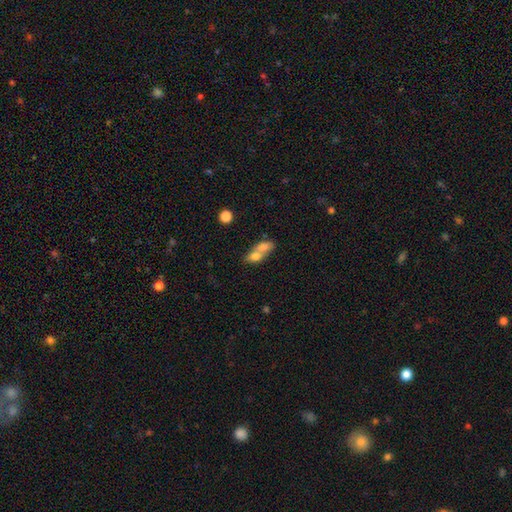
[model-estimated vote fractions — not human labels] Overall: smooth (71%). How rounded: in between (73%). Merging: merger (69%).